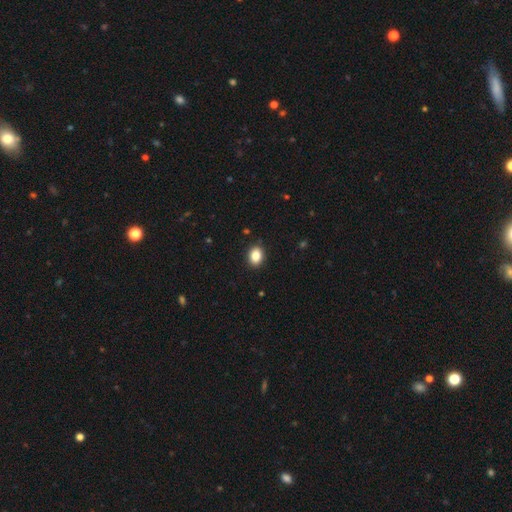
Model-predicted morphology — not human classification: smooth_or_featured: smooth (p=0.86) [alt: star or artifact p=0.09]
how_rounded: in between (p=0.65) [alt: round p=0.34]
merging: none (p=0.90) [alt: minor disturbance p=0.08]